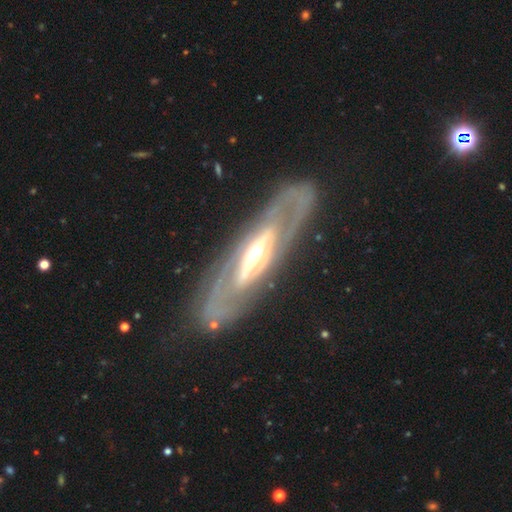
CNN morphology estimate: This appears to be a featured or disk galaxy (81%) with no bar (44%), spiral arms (55%) and a moderate central bulge (63%). Merging: none (80%).